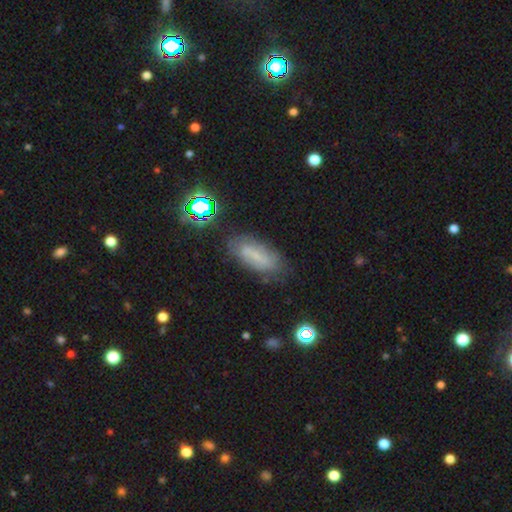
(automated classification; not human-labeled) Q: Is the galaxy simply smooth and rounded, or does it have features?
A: smooth — 51%.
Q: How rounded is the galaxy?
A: in between — 75%.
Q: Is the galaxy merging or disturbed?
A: none — 72%.